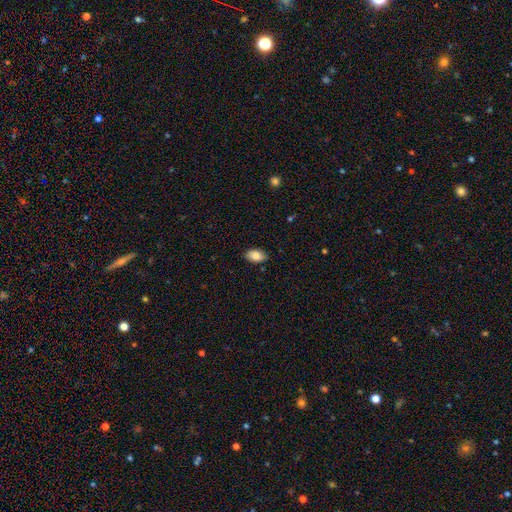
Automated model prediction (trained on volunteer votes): Overall: smooth (86%). How rounded: in between (93%). Merging: none (87%).